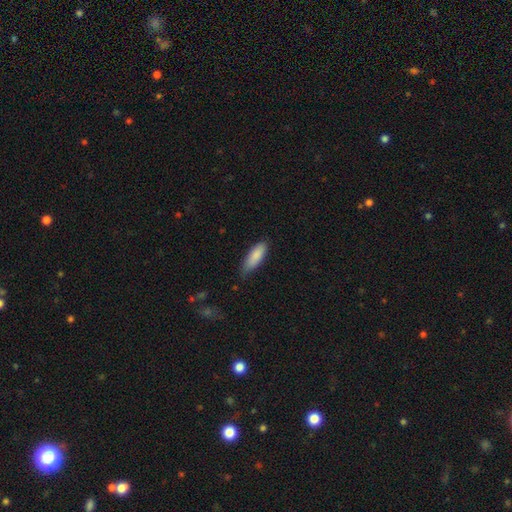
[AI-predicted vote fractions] smooth_or_featured: smooth (p=0.87) [alt: featured or disk p=0.07]
how_rounded: in between (p=0.61) [alt: cigar-shaped p=0.37]
merging: none (p=0.65) [alt: minor disturbance p=0.29]